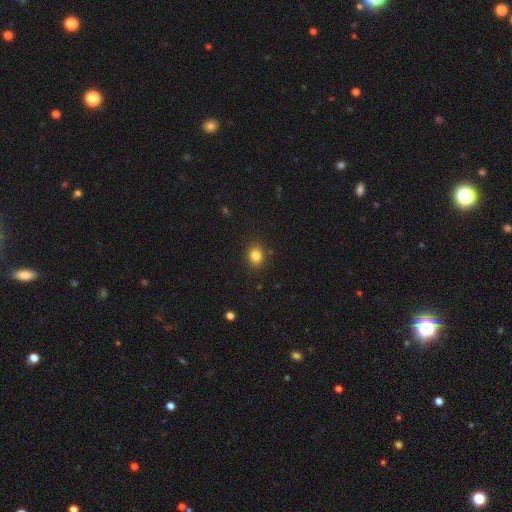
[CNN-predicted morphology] Smooth or featured?
  - smooth: 83% *
  - star or artifact: 12%
  - featured or disk: 6%
How rounded?
  - round: 63% *
  - in between: 36%
  - cigar-shaped: 1%
Merging?
  - none: 89% *
  - minor disturbance: 8%
  - major disturbance: 2%
  - merger: 1%